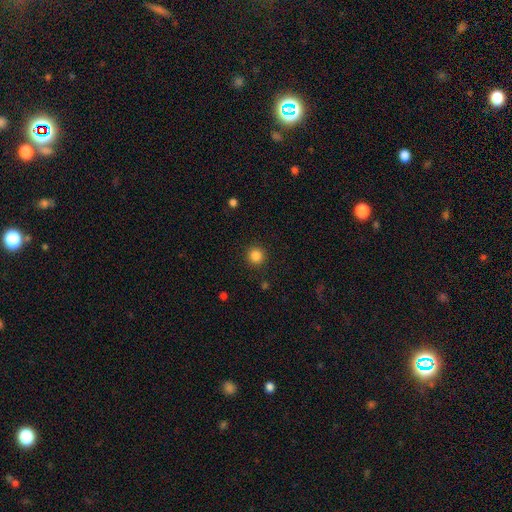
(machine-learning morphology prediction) Smooth or featured?
  - smooth: 85% *
  - star or artifact: 12%
  - featured or disk: 4%
How rounded?
  - round: 94% *
  - in between: 5%
  - cigar-shaped: 1%
Merging?
  - none: 91% *
  - minor disturbance: 6%
  - major disturbance: 2%
  - merger: 1%